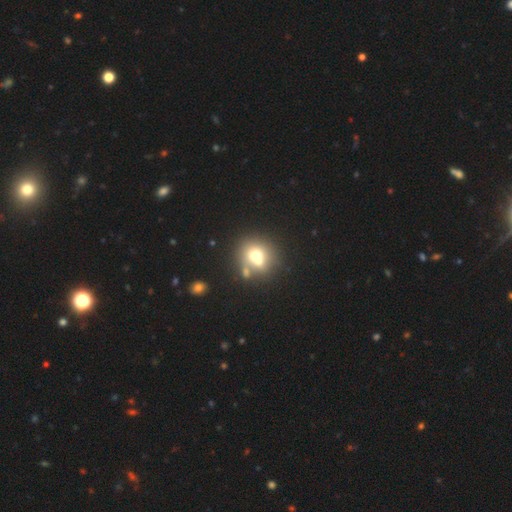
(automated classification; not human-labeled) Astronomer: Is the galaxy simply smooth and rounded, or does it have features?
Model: smooth — 65%.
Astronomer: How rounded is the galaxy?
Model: round — 83%.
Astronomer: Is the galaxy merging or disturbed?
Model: none — 51% (runner-up: merger, 34%).